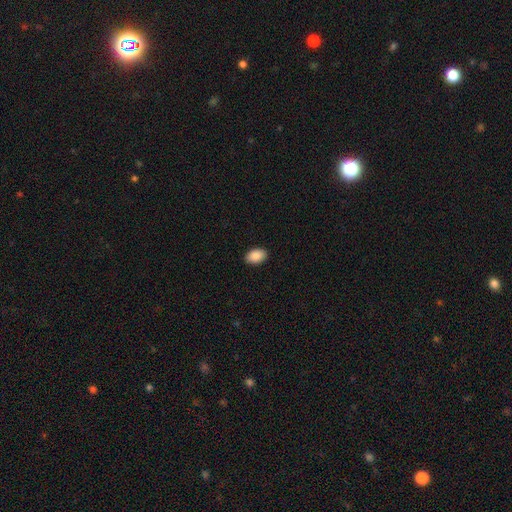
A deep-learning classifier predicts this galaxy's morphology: smooth_or_featured: smooth (p=0.90) [alt: star or artifact p=0.07]
how_rounded: in between (p=0.90) [alt: round p=0.09]
merging: none (p=0.90) [alt: minor disturbance p=0.07]